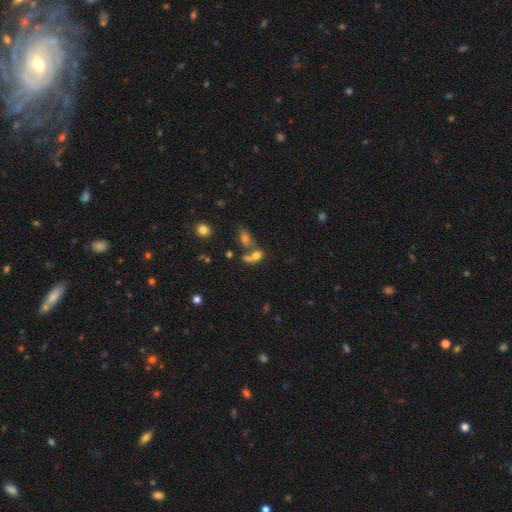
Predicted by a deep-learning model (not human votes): Smooth or featured? Predicted: smooth (p=0.67). How rounded? Predicted: in between (p=0.62). Merging? Predicted: merger (p=0.55).